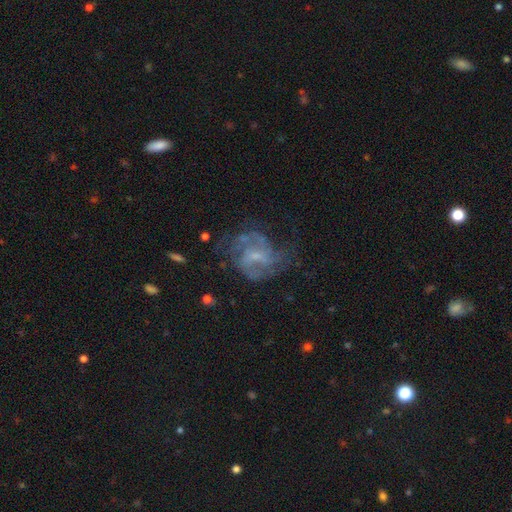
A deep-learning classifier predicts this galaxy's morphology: Smooth or featured? featured or disk (76%)
Edge-on disk? no (98%)
Bar? weak (48%)
Spiral arms? yes (81%)
Spiral winding? medium (47%)
Spiral arm count? can't tell (32%, tied with 2)
Bulge size? small (52%)
Merging? none (55%)